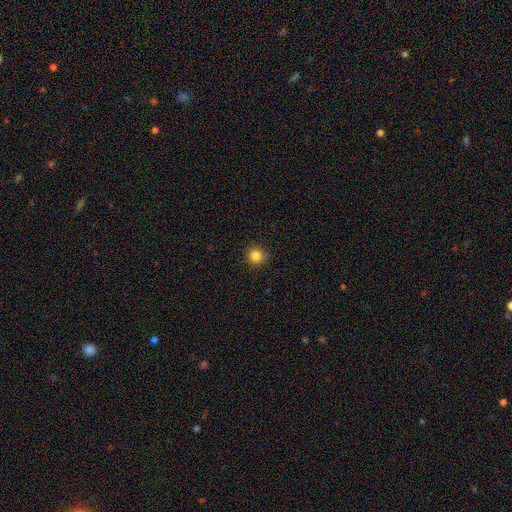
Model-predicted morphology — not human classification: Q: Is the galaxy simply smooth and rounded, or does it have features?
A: smooth — 84%.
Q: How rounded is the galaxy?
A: round — 94%.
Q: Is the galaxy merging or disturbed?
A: none — 90%.